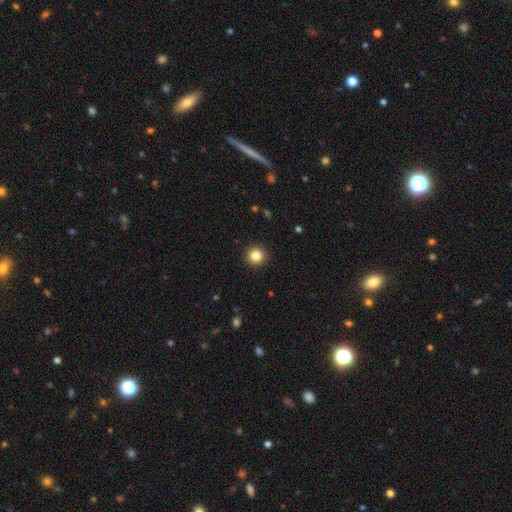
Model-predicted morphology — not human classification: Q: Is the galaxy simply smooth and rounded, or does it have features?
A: smooth — 84%.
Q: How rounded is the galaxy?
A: round — 95%.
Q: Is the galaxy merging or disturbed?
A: none — 93%.